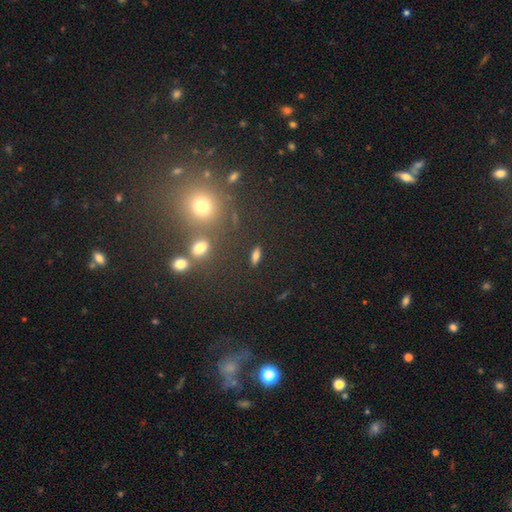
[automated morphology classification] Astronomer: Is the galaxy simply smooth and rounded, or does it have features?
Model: smooth — 73%.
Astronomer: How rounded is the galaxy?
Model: in between — 64%.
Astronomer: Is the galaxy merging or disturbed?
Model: none — 86%.